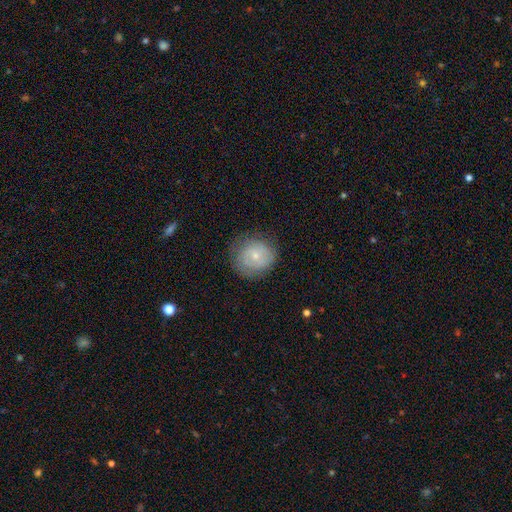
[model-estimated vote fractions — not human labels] Smooth or featured?
  - smooth: 60% *
  - featured or disk: 32%
  - star or artifact: 8%
How rounded?
  - round: 82% *
  - in between: 17%
  - cigar-shaped: 1%
Merging?
  - none: 73% *
  - minor disturbance: 19%
  - major disturbance: 7%
  - merger: 1%